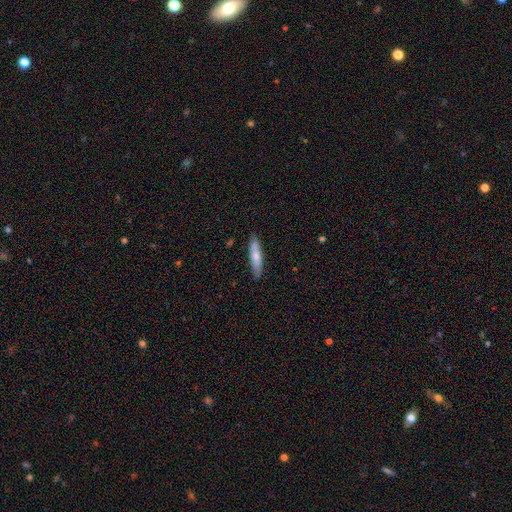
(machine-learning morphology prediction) The model was most divided on "smooth or featured": smooth: 69%, featured or disk: 26%, star or artifact: 6%. More confident: merging — none (86%); how rounded — cigar-shaped (82%).